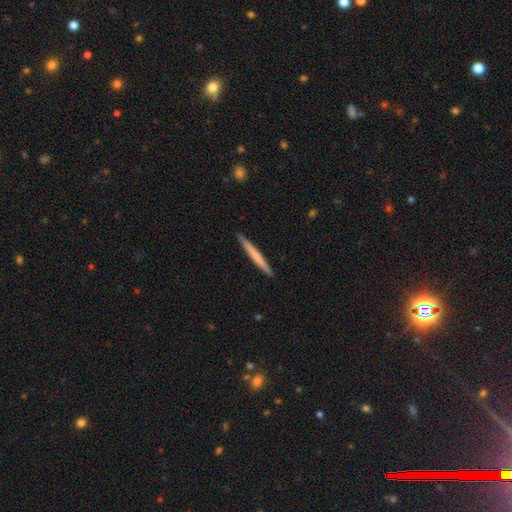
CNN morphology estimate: type=smooth (60%); roundness=cigar-shaped (97%); merging=none (92%).